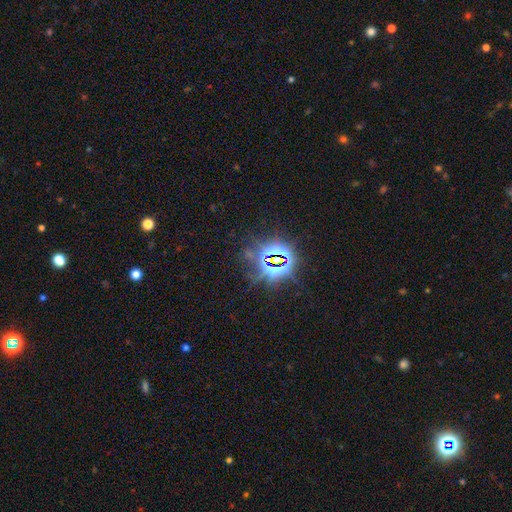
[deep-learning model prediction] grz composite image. It shows a star or artifact, not a galaxy (84%).